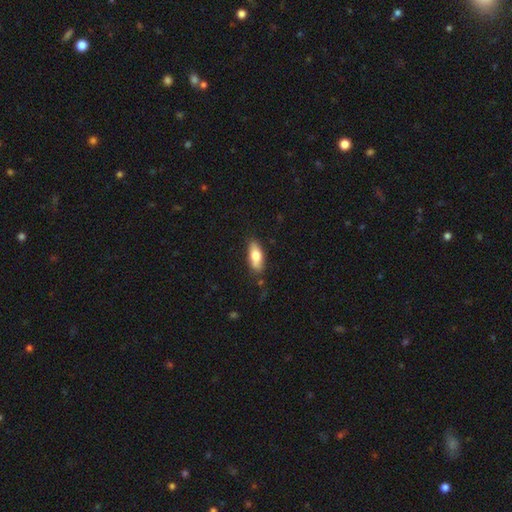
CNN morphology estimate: A smooth galaxy with no disk features (73%) that is in between round and cigar-shaped (76%). Merging: none (80%).